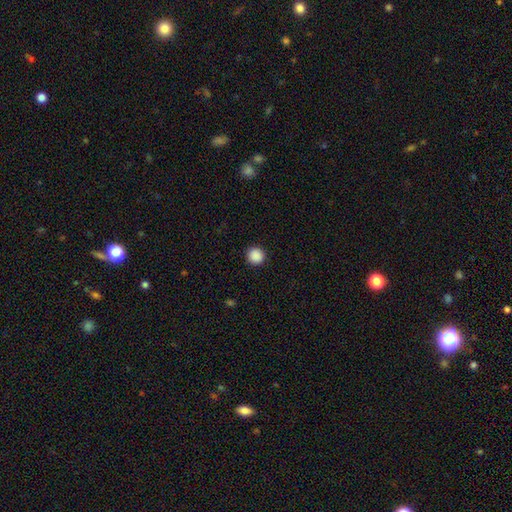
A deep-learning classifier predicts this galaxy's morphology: A smooth galaxy with no disk features (89%) that is round (94%). Merging: none (93%).